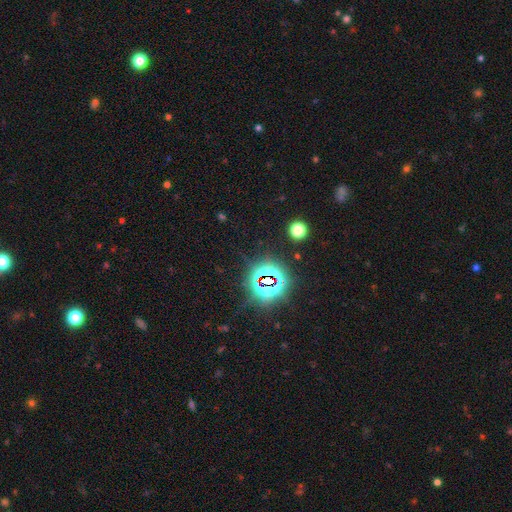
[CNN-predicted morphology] Smooth or featured? Predicted: star or artifact (p=0.81).